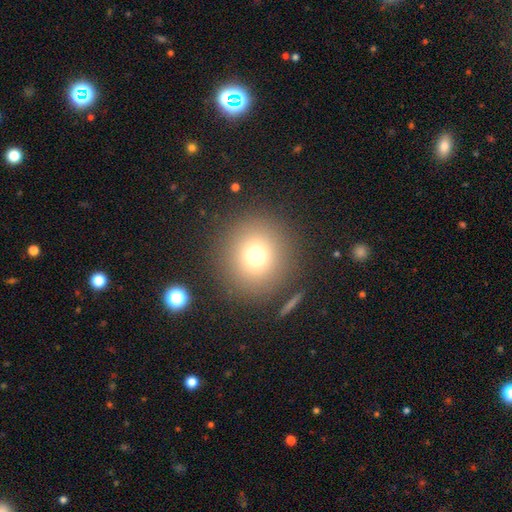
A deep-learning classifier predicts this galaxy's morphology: smooth_or_featured: smooth (p=0.71) [alt: star or artifact p=0.18]
how_rounded: round (p=0.93) [alt: in between p=0.06]
merging: none (p=0.87) [alt: minor disturbance p=0.06]